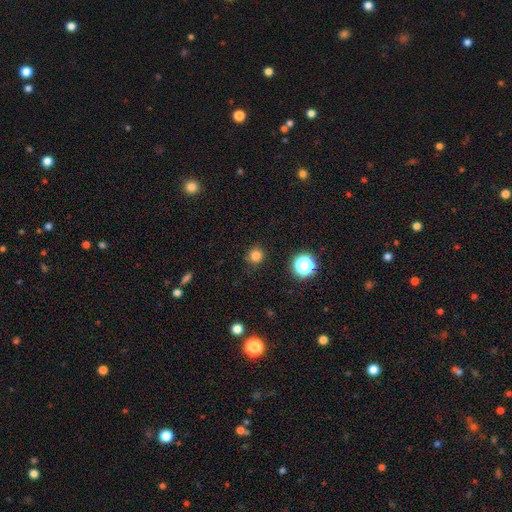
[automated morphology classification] smooth_or_featured: smooth (p=0.81) [alt: star or artifact p=0.15]
how_rounded: round (p=0.93) [alt: in between p=0.06]
merging: none (p=0.89) [alt: minor disturbance p=0.08]